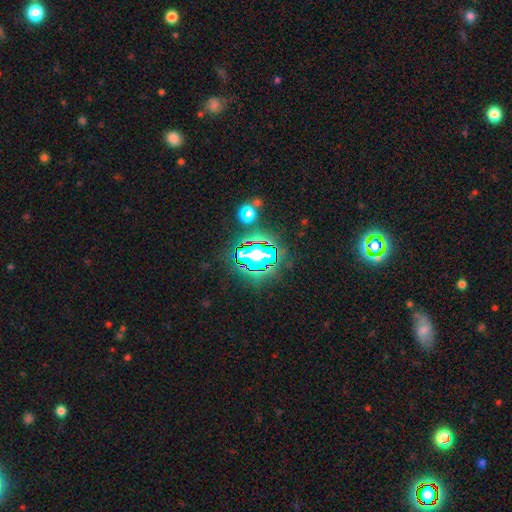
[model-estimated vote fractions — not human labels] Smooth or featured? Predicted: star or artifact (p=0.73).